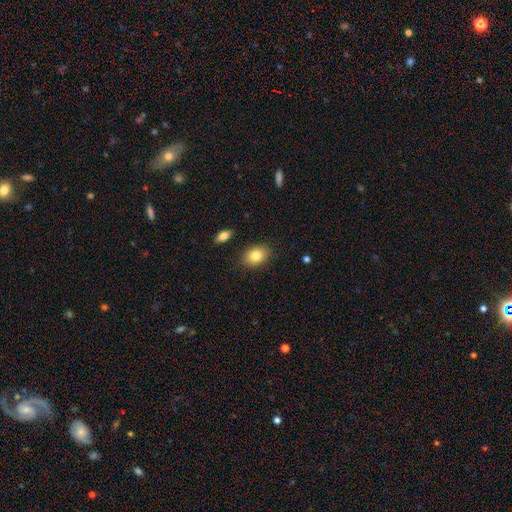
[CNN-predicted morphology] A smooth galaxy with no disk features (82%) that is in between round and cigar-shaped (80%). Merging: none (86%).